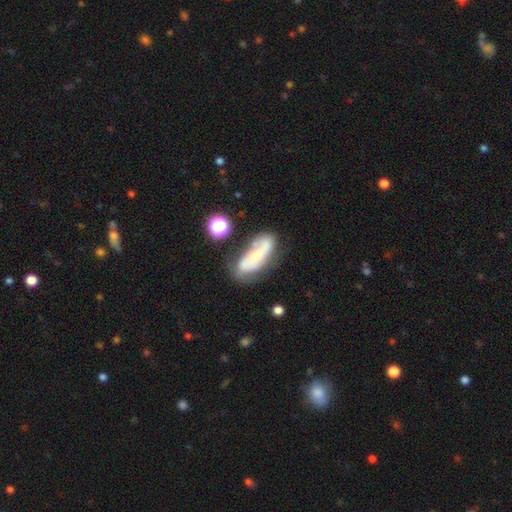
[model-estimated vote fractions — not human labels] smooth-or-featured: featured or disk: 59% | smooth: 33% | star or artifact: 9%
  disk-edge-on: no: 87% | yes: 13%
    bar: no: 65% | weak: 23% | strong: 12%
    has-spiral-arms: yes: 69% | no: 31%
    bulge-size: small: 50% | moderate: 40% | none: 4% | large: 4% | dominant: 2%
  merging: none: 50% | minor disturbance: 24% | merger: 14% | major disturbance: 12%